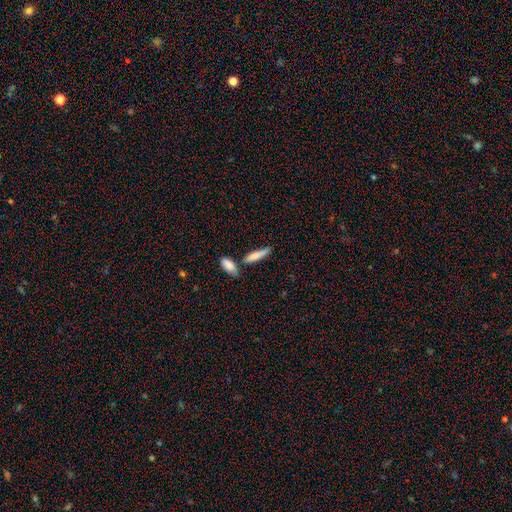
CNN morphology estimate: Smooth or featured?
  - smooth: 77% *
  - featured or disk: 16%
  - star or artifact: 6%
How rounded?
  - cigar-shaped: 71% *
  - in between: 27%
  - round: 2%
Merging?
  - none: 54% *
  - merger: 24%
  - minor disturbance: 17%
  - major disturbance: 5%